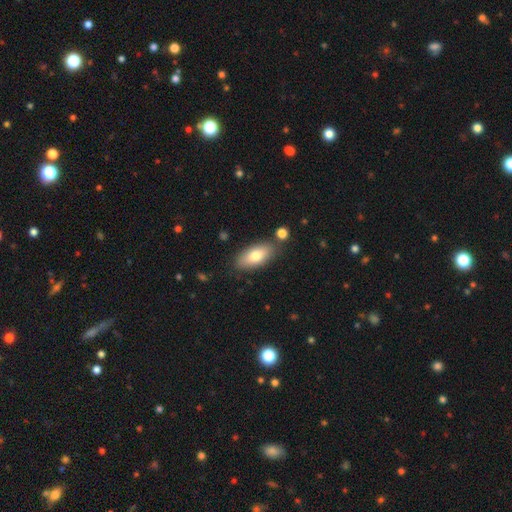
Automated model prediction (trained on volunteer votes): A smooth galaxy with no disk features (77%) that is in between round and cigar-shaped (87%).

Vote fractions:
- Smooth or featured? smooth: 77% / featured or disk: 17% / star or artifact: 6%
- How rounded? in between: 87% / cigar-shaped: 10% / round: 3%
- Merging? none: 80% / minor disturbance: 12% / merger: 6% / major disturbance: 3%